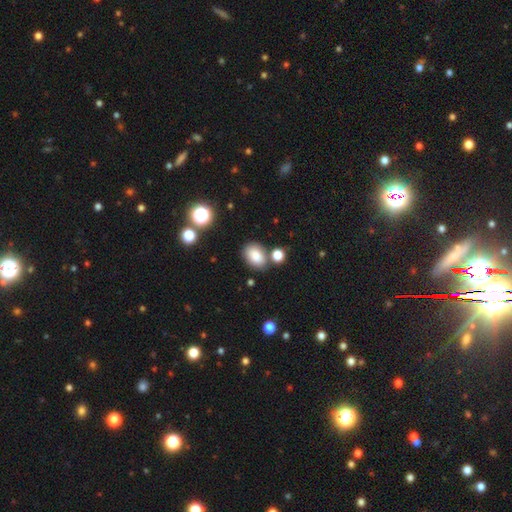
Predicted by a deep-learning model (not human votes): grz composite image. It shows a smooth galaxy with no disk features (83%) that is in between round and cigar-shaped (77%). Merging: none (69%).